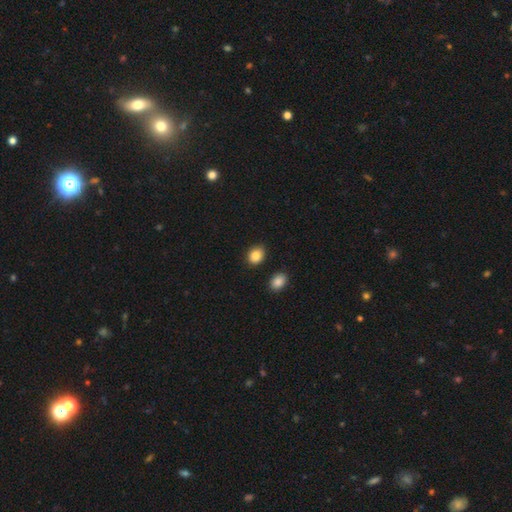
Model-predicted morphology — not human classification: type=smooth (86%); roundness=in between (56%); merging=none (85%).